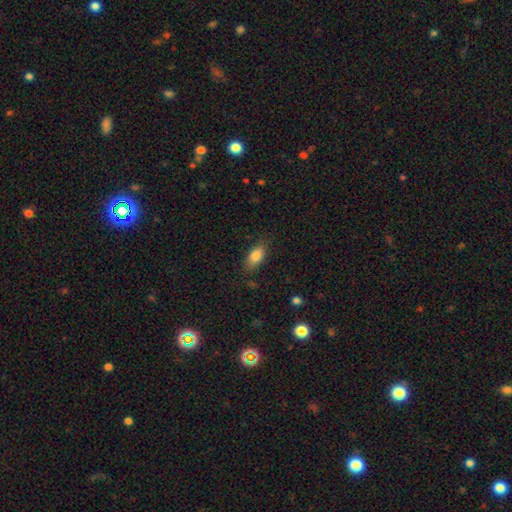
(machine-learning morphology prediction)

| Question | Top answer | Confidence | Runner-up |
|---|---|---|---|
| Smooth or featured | smooth | 83% | featured or disk (9%) |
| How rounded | in between | 88% | cigar-shaped (7%) |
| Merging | none | 79% | minor disturbance (15%) |